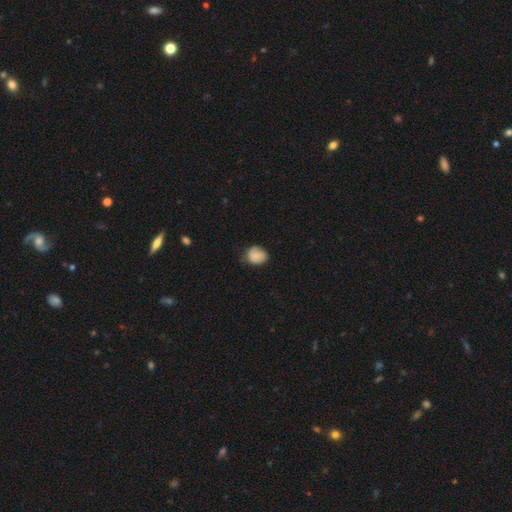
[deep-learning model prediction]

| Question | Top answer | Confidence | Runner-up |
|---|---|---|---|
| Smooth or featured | smooth | 83% | featured or disk (9%) |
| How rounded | round | 63% | in between (36%) |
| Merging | none | 63% | minor disturbance (30%) |